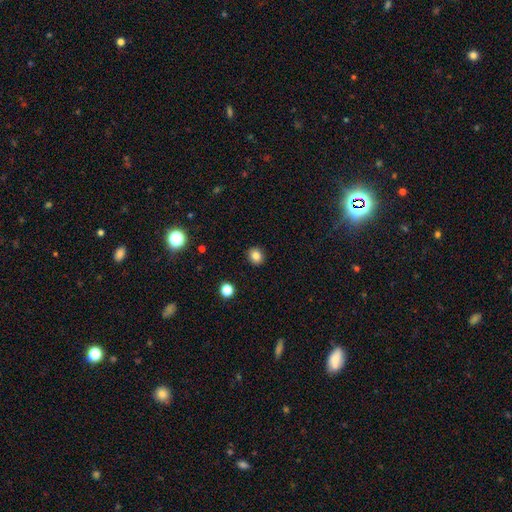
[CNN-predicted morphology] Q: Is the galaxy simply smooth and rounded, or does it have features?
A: smooth — 82%.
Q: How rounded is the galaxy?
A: round — 78%.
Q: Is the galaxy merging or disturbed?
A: none — 91%.